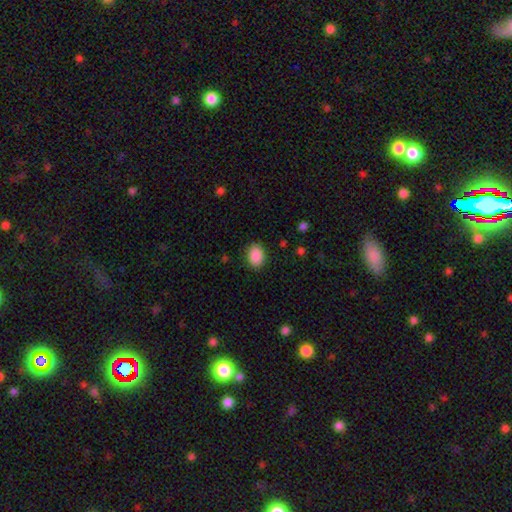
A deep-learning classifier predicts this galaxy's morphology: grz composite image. It shows a smooth galaxy with no disk features (90%) that is in between round and cigar-shaped (72%). Merging: none (87%).